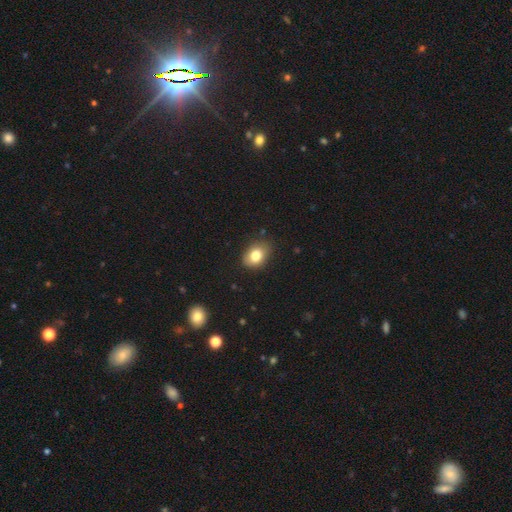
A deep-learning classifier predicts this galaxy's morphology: This is likely a smooth galaxy (80%). How rounded: likely in between (67%). Merging: clearly none (81%).